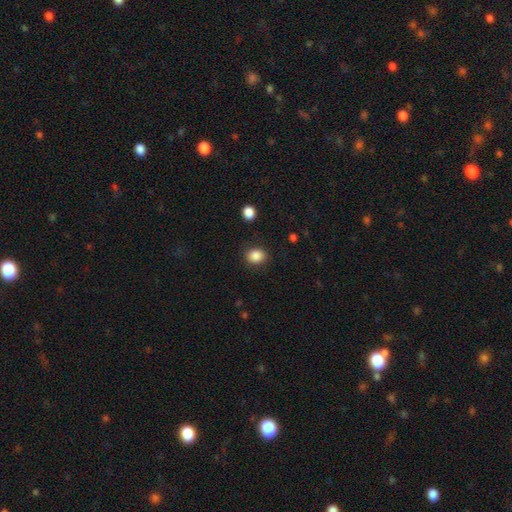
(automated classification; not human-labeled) Smooth or featured?
  - smooth: 87% *
  - star or artifact: 9%
  - featured or disk: 4%
How rounded?
  - round: 57% *
  - in between: 42%
  - cigar-shaped: 1%
Merging?
  - none: 85% *
  - minor disturbance: 10%
  - major disturbance: 3%
  - merger: 2%